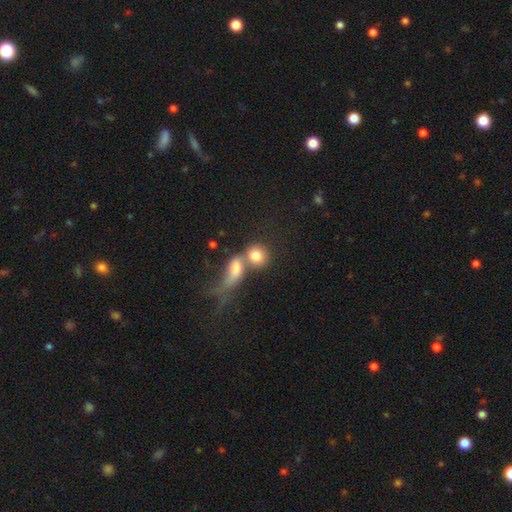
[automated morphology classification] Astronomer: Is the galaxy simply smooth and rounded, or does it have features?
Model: smooth — 79%.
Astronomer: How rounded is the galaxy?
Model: round — 67%.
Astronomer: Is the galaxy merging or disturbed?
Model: merger — 56%.